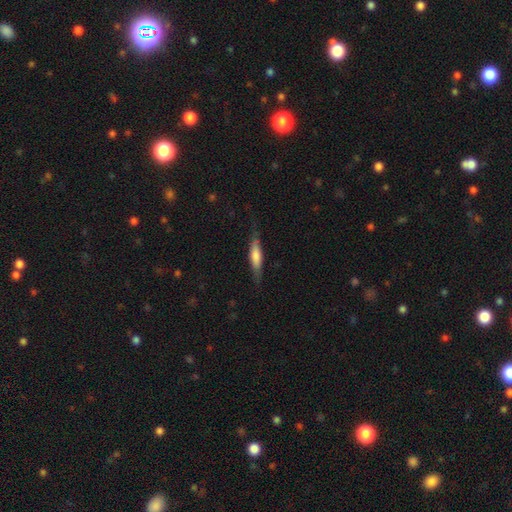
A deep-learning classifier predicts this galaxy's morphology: Overall: smooth (61%; featured or disk 34%). How rounded: cigar-shaped (75%). Merging: none (73%).